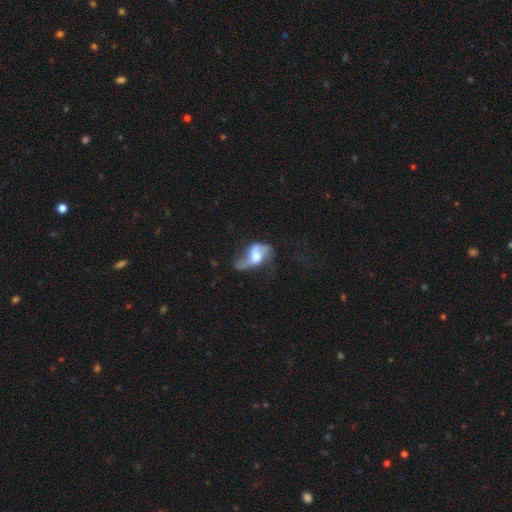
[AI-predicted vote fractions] Q: Smooth or featured?
A: featured or disk (63%); runner-up: smooth (28%)
Q: Edge-on disk?
A: no (92%); runner-up: yes (8%)
Q: Bar?
A: no (54%); runner-up: weak (34%)
Q: Spiral arms?
A: yes (71%); runner-up: no (29%)
Q: Bulge size?
A: moderate (45%); runner-up: large (34%)
Q: Merging?
A: major disturbance (38%); runner-up: none (32%)